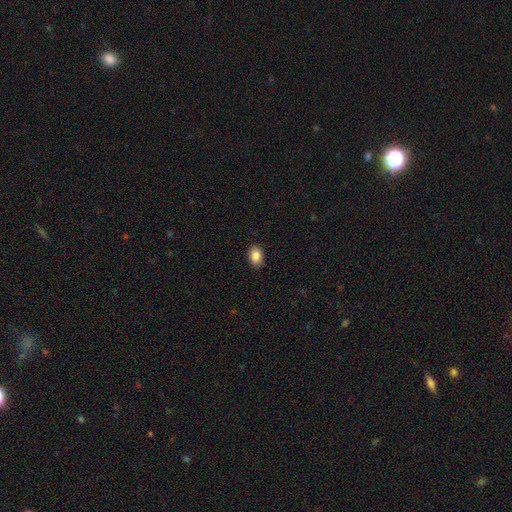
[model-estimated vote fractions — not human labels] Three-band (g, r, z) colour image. It shows a smooth galaxy with no disk features (87%) that is in between round and cigar-shaped (81%). Merging: none (89%).